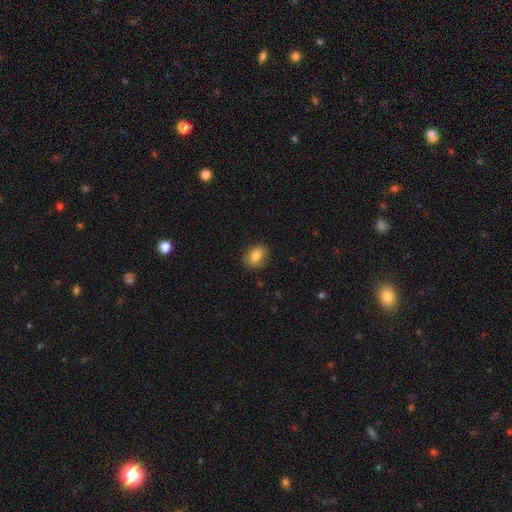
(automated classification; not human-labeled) Morphology: type=smooth (81%); roundness=in between (65%); merging=none (84%).